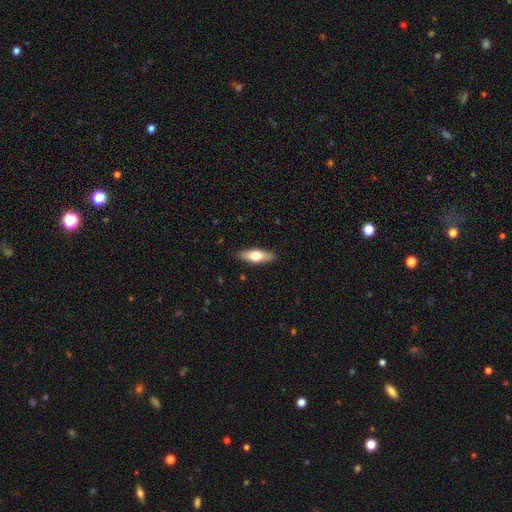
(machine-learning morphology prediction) Smooth or featured: smooth — 64% (featured or disk — 30%)
How rounded: in between — 62% (cigar-shaped — 35%)
Merging: none — 88% (minor disturbance — 9%)